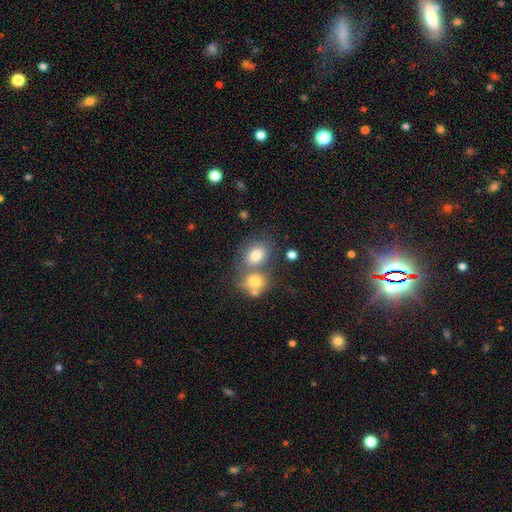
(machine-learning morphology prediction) Smooth or featured? smooth (77%)
How rounded? in between (52%)
Merging? merger (46%)